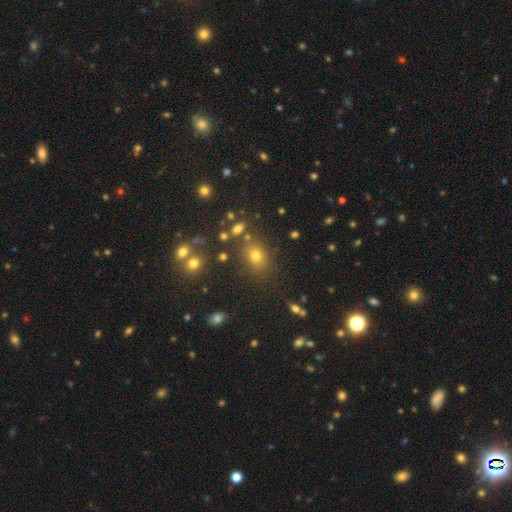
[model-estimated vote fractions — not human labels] A smooth galaxy with no disk features (60%) that is round (49%, tied with in between). Merging: none (77%).